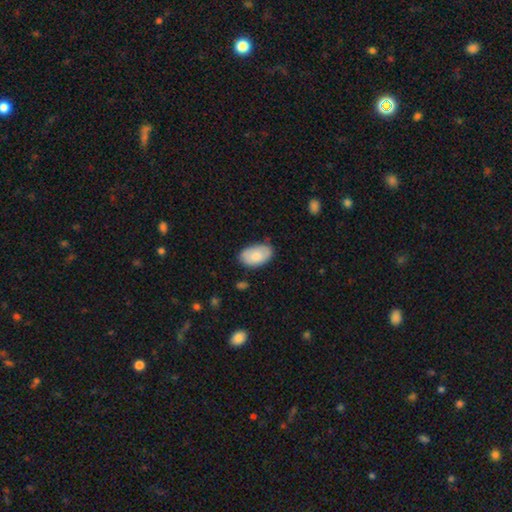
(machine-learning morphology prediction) smooth_or_featured: smooth (p=0.78) [alt: featured or disk p=0.16]
how_rounded: in between (p=0.93) [alt: round p=0.06]
merging: none (p=0.73) [alt: minor disturbance p=0.22]